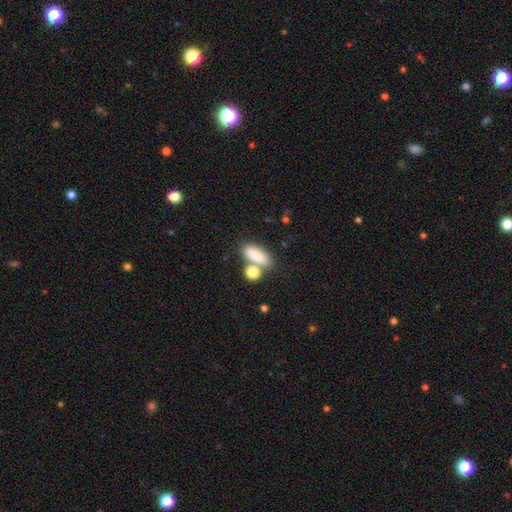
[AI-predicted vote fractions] smooth 84%, star or artifact 9%, featured or disk 8%. Down the decision tree: how rounded — in between (76%); merging — none (59%).